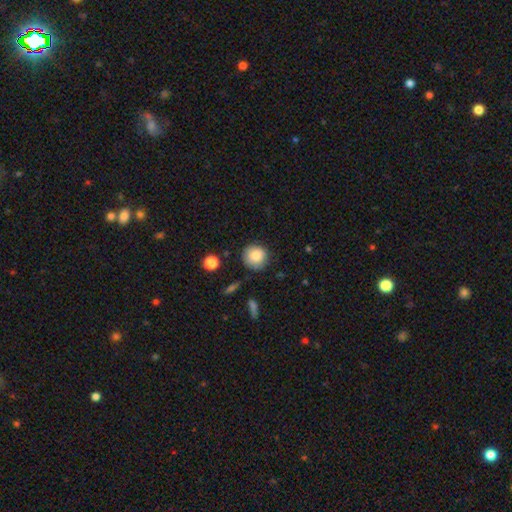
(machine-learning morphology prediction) type=smooth (85%); roundness=round (92%); merging=none (82%).